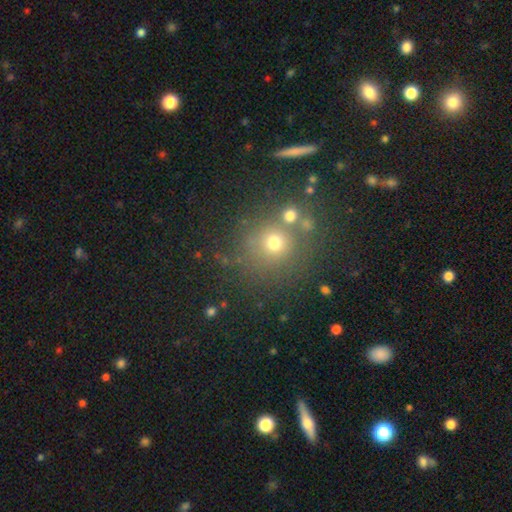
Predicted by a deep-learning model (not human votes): This is possibly a smooth galaxy (56%). How rounded: clearly round (89%). Merging: likely none (74%).